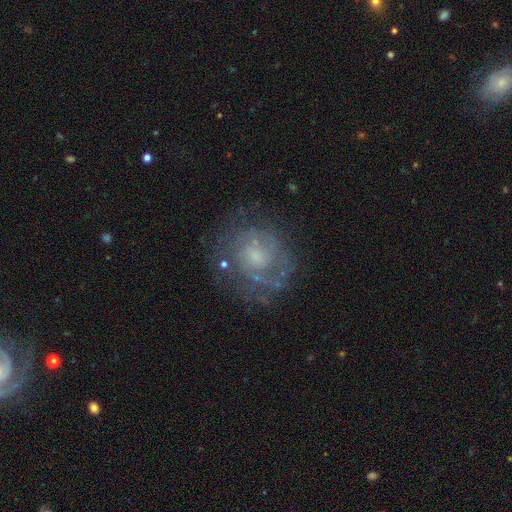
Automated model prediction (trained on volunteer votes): Smooth or featured? featured or disk (69%)
Edge-on disk? no (97%)
Bar? no (70%)
Spiral arms? yes (75%)
Spiral winding? tight (57%)
Spiral arm count? can't tell (46%)
Bulge size? small (49%)
Merging? none (70%)